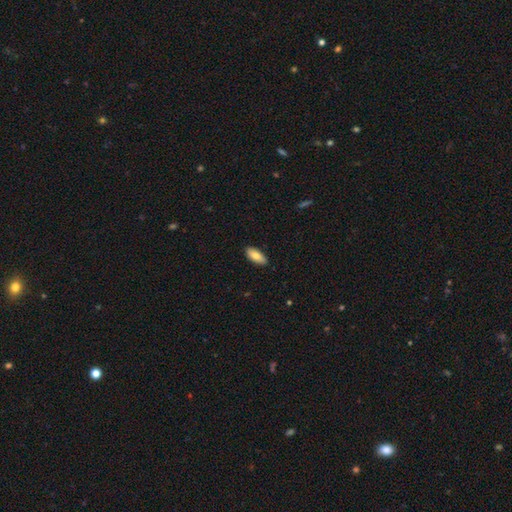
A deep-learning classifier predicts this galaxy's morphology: type=smooth (81%); roundness=in between (84%); merging=none (88%).